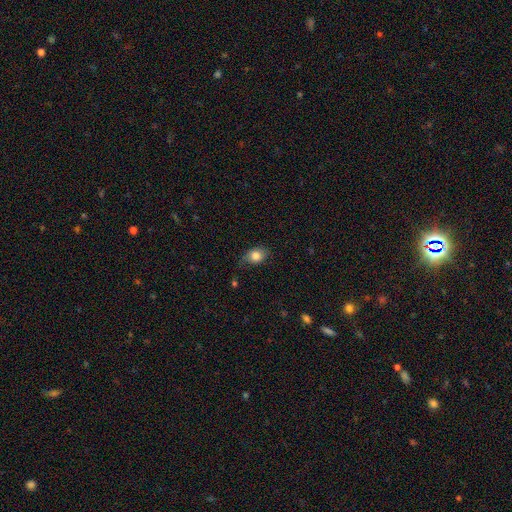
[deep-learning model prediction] Smooth or featured? smooth (81%)
How rounded? in between (65%)
Merging? none (57%)